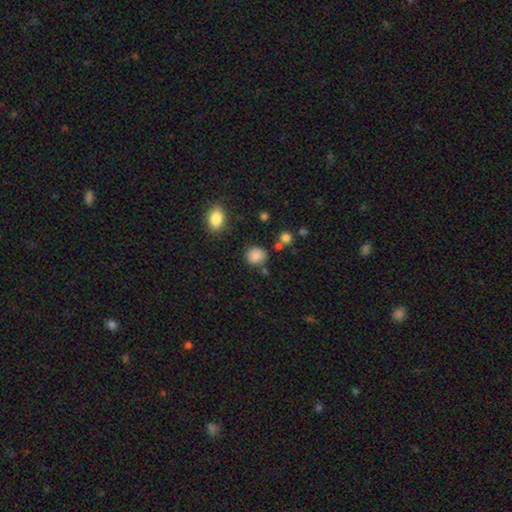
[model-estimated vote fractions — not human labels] Smooth or featured? smooth (84%)
How rounded? round (77%)
Merging? none (75%)